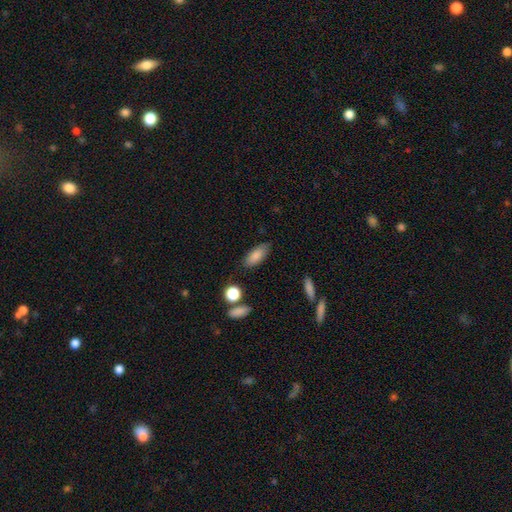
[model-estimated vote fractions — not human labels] This is clearly a smooth galaxy (84%). How rounded: clearly in between (81%). Merging: clearly none (82%).